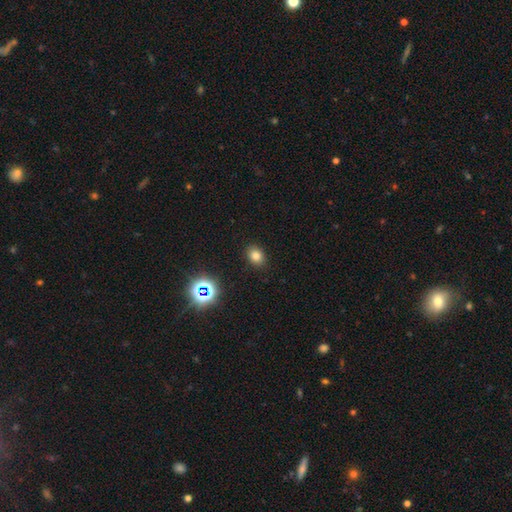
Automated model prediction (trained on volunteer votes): A smooth galaxy with no disk features (77%) that is in between round and cigar-shaped (61%). Merging: none (88%).